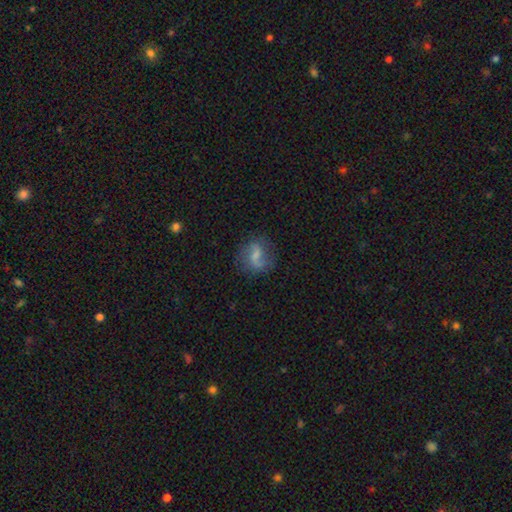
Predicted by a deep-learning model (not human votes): Overall: featured or disk (58%; smooth 33%). Edge-on disk: no (97%). Bar: weak (49%; no 28%). Spiral arms: yes (82%). Bulge size: small (36%, tied with none). Merging: none (68%).